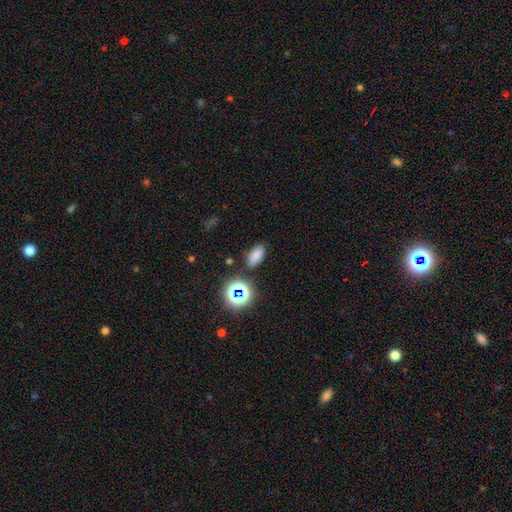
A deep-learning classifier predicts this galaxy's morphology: A smooth galaxy with no disk features (74%) that is in between round and cigar-shaped (88%). Merging: none (81%).